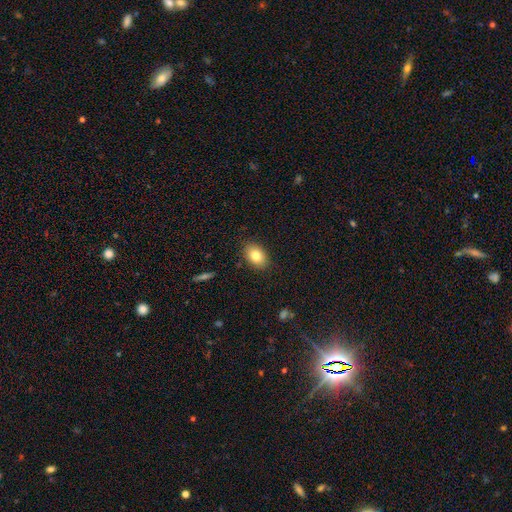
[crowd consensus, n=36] Smooth or featured? 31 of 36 (86%) said smooth. How rounded? 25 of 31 (81%) said in between. Merging? 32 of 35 (91%) said none.